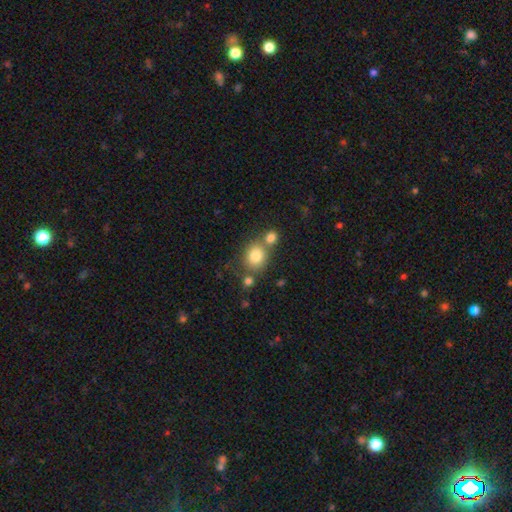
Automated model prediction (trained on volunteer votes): smooth-or-featured: smooth: 80% | star or artifact: 11% | featured or disk: 9%
  how-rounded: round: 72% | in between: 27% | cigar-shaped: 1%
  merging: none: 51% | merger: 34% | minor disturbance: 10% | major disturbance: 4%